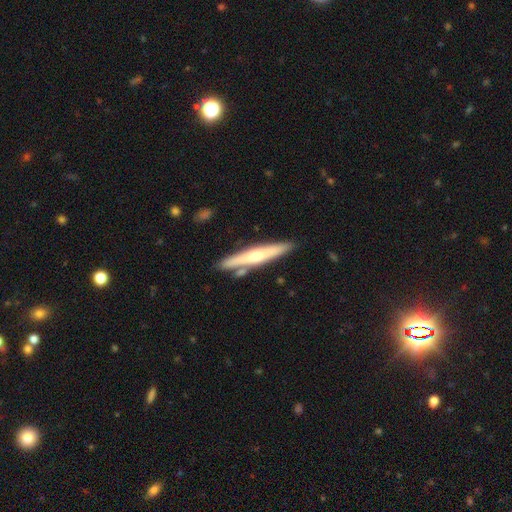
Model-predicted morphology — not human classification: Smooth or featured: featured or disk — 64% (smooth — 29%)
Edge-on disk: yes — 94% (no — 6%)
Edge-on bulge: rounded — 80% (none — 14%)
Merging: none — 84% (minor disturbance — 11%)